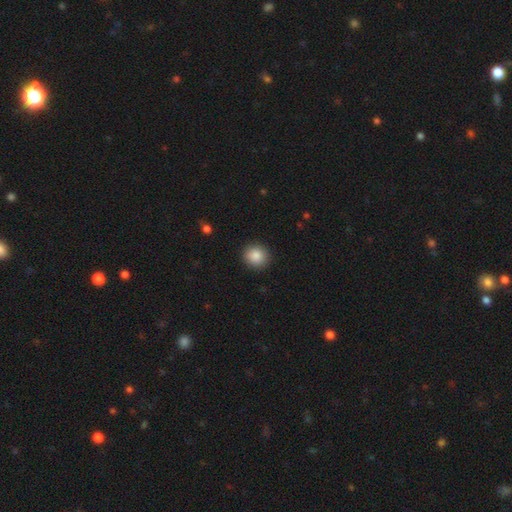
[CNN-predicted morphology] This appears to be a smooth galaxy with no disk features (87%) that is round (87%). Merging: none (91%).